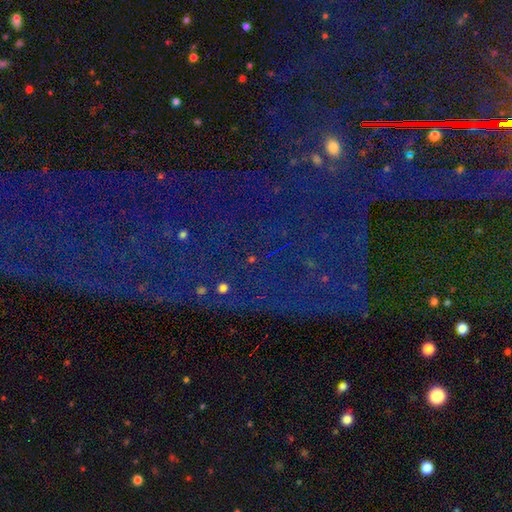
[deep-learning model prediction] This appears to be a star or artifact, not a galaxy (85%).